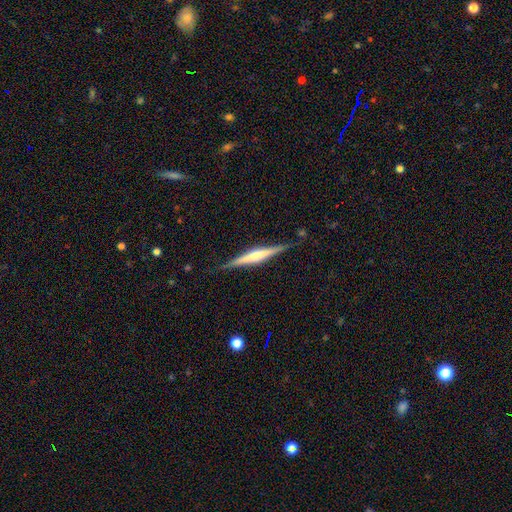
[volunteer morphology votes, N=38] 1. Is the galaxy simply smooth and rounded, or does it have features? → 84% featured or disk, 8% smooth, 8% star or artifact.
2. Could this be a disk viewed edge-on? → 100% yes, 0% no.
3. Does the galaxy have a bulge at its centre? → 91% rounded, 6% boxy, 3% none.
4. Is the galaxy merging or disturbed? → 83% none, 14% minor disturbance, 3% major disturbance, 0% merger.